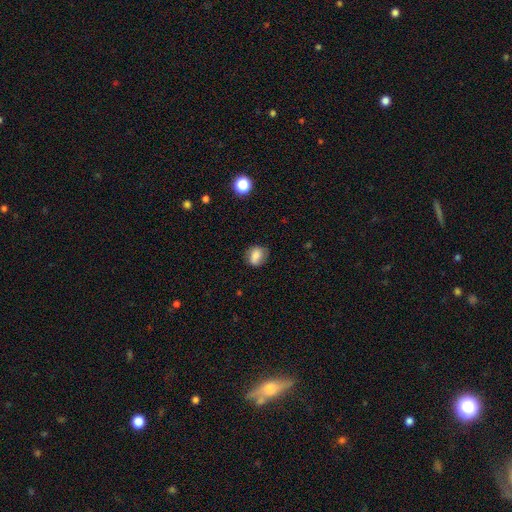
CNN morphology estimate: smooth_or_featured: smooth (p=0.78) [alt: featured or disk p=0.13]
how_rounded: round (p=0.53) [alt: in between p=0.45]
merging: none (p=0.73) [alt: minor disturbance p=0.20]